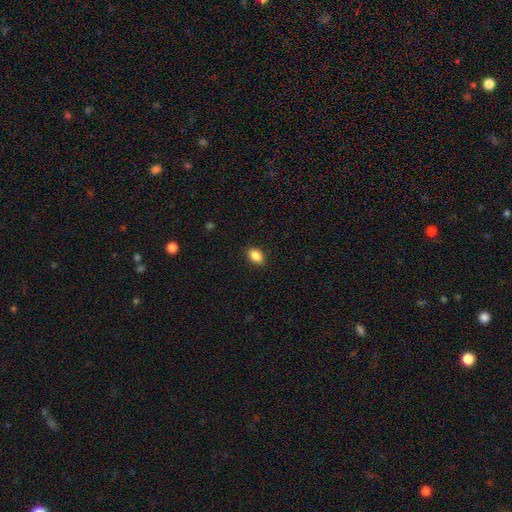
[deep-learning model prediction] smooth-or-featured: smooth: 87% | star or artifact: 9% | featured or disk: 4%
  how-rounded: in between: 75% | round: 23% | cigar-shaped: 1%
  merging: none: 88% | minor disturbance: 9% | major disturbance: 2% | merger: 1%